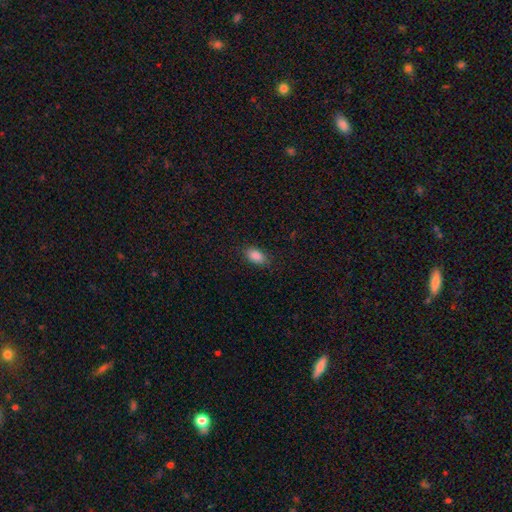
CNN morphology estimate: Smooth or featured? smooth (88%)
How rounded? in between (90%)
Merging? none (84%)